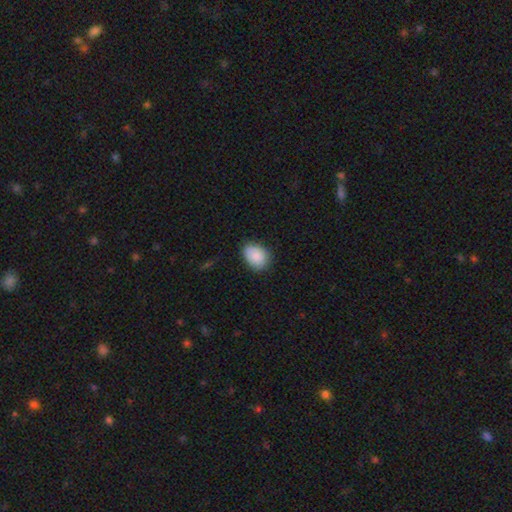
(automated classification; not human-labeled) This appears to be a smooth galaxy with no disk features (88%) that is in between round and cigar-shaped (70%). Merging: none (78%).